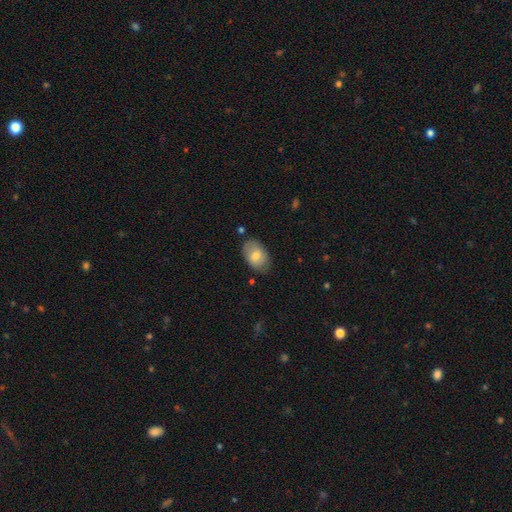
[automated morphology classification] Overall: smooth (73%). How rounded: in between (86%). Merging: none (76%).